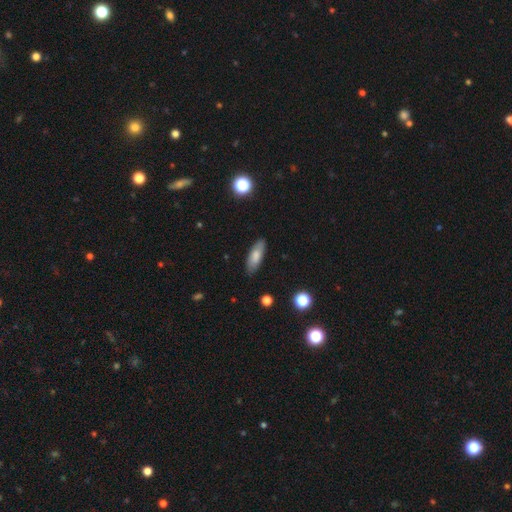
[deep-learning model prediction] Smooth or featured? Predicted: smooth (p=0.76). How rounded? Predicted: in between (p=0.64). Merging? Predicted: none (p=0.85).